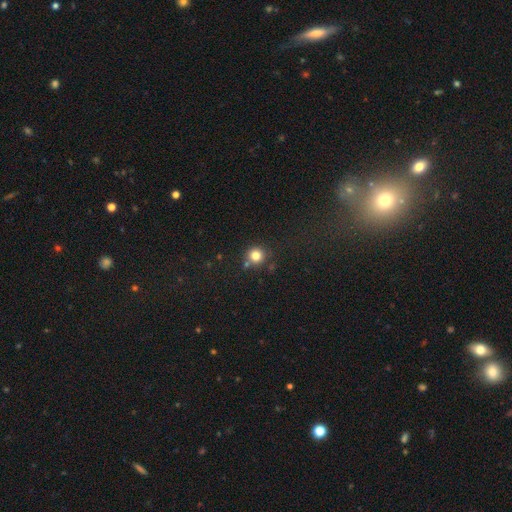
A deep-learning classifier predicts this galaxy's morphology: This appears to be a smooth galaxy with no disk features (81%) that is round (93%). Merging: none (78%).